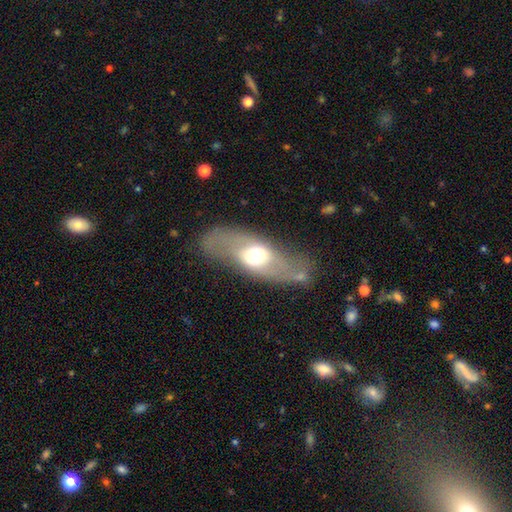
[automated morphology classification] Smooth or featured? Predicted: featured or disk (p=0.60). Edge-on disk? Predicted: no (p=0.77). Merging? Predicted: none (p=0.72).